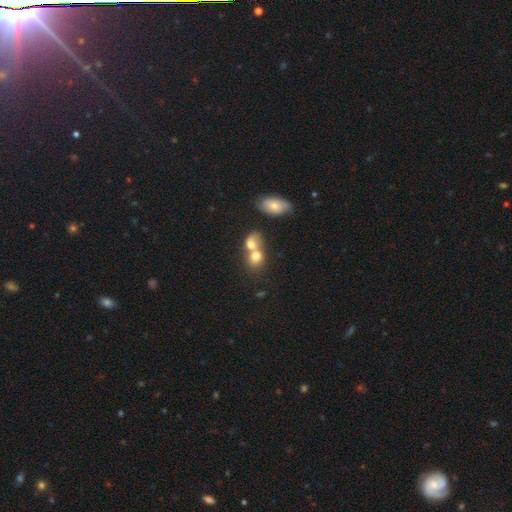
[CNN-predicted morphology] Q: Smooth or featured?
A: smooth (70%); runner-up: featured or disk (18%)
Q: How rounded?
A: round (51%); runner-up: in between (47%)
Q: Merging?
A: merger (66%); runner-up: none (23%)